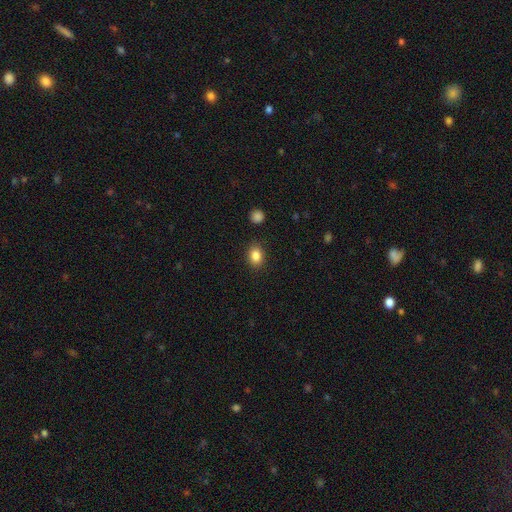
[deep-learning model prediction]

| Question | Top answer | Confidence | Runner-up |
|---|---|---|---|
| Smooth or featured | smooth | 85% | star or artifact (10%) |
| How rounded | in between | 62% | round (37%) |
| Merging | none | 87% | minor disturbance (9%) |